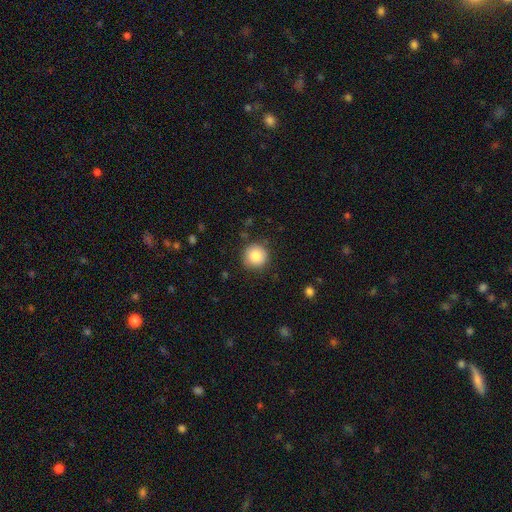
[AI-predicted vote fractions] smooth-or-featured: smooth: 84% | star or artifact: 9% | featured or disk: 7%
  how-rounded: round: 94% | in between: 5% | cigar-shaped: 1%
  merging: none: 86% | minor disturbance: 10% | major disturbance: 3% | merger: 1%